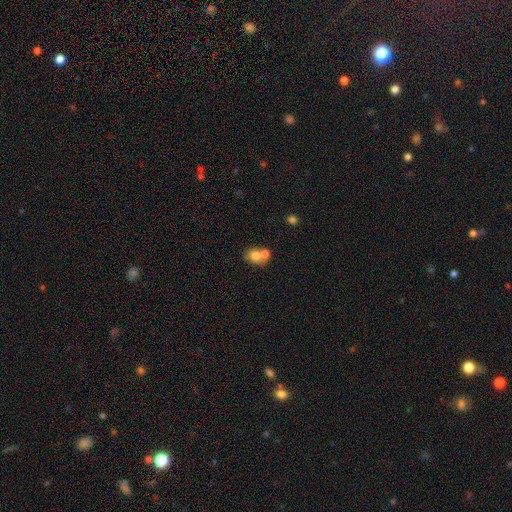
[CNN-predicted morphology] Q: Smooth or featured?
A: smooth (72%); runner-up: featured or disk (18%)
Q: How rounded?
A: round (61%); runner-up: in between (38%)
Q: Merging?
A: merger (56%); runner-up: none (33%)